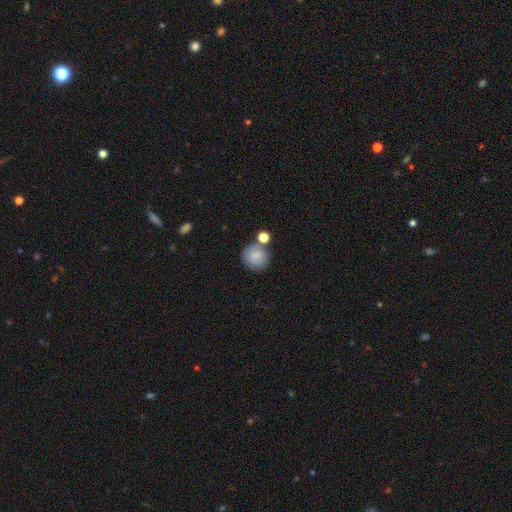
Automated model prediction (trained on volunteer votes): A smooth galaxy with no disk features (75%) that is round (86%). Merging: none (59%).